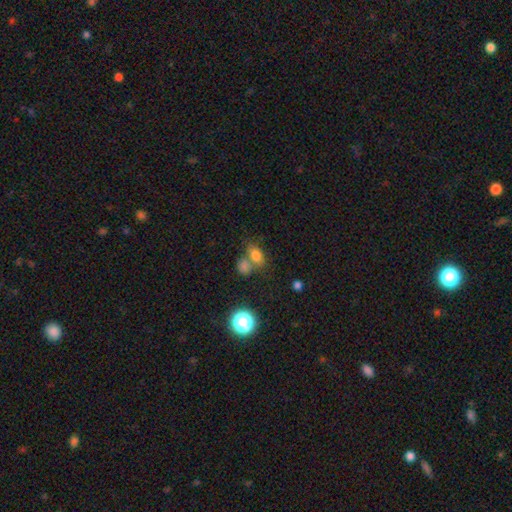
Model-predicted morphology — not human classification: smooth-or-featured: smooth: 75% | star or artifact: 15% | featured or disk: 9%
  how-rounded: in between: 74% | round: 24% | cigar-shaped: 2%
  merging: none: 43% | merger: 40% | minor disturbance: 11% | major disturbance: 5%